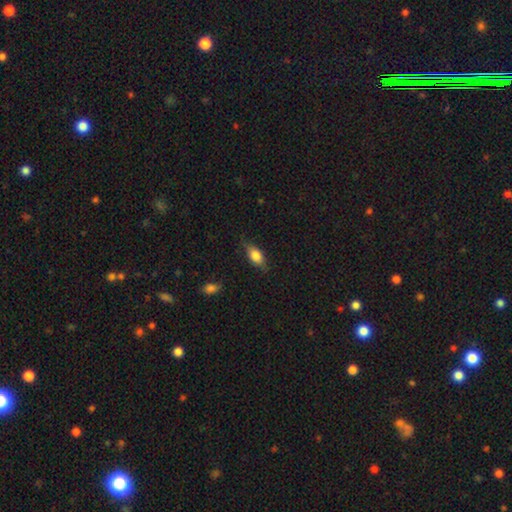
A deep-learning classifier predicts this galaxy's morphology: This appears to be a smooth galaxy with no disk features (77%) that is in between round and cigar-shaped (84%). Merging: none (71%).